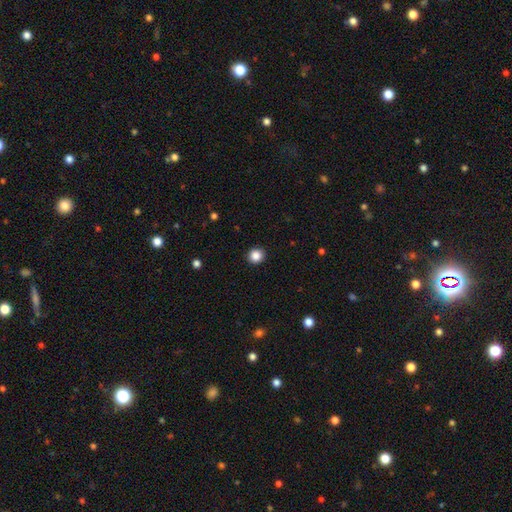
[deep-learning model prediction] Smooth or featured? smooth (86%)
How rounded? round (94%)
Merging? none (93%)